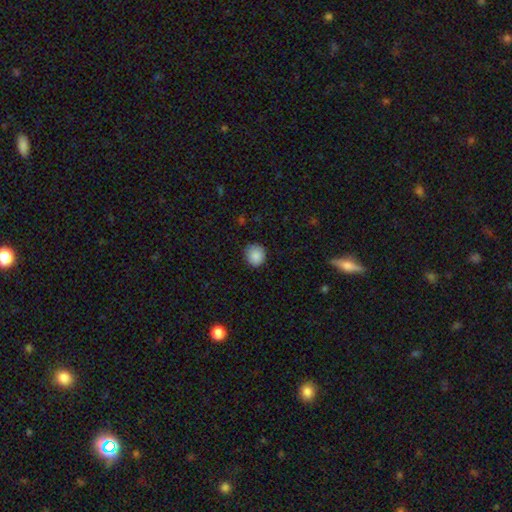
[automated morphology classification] Smooth or featured? smooth (87%)
How rounded? round (83%)
Merging? none (82%)